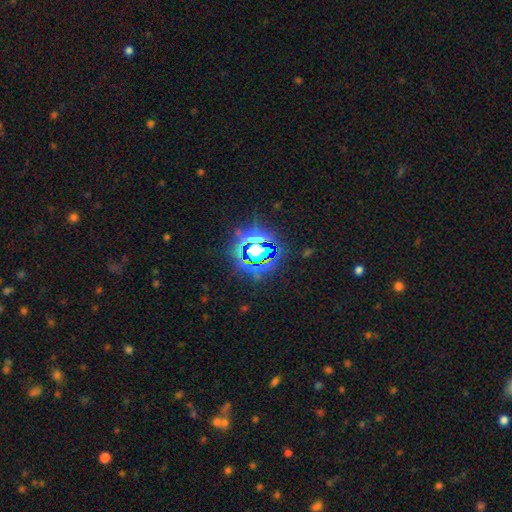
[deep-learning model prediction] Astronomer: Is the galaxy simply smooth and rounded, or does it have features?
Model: star or artifact — 76%.